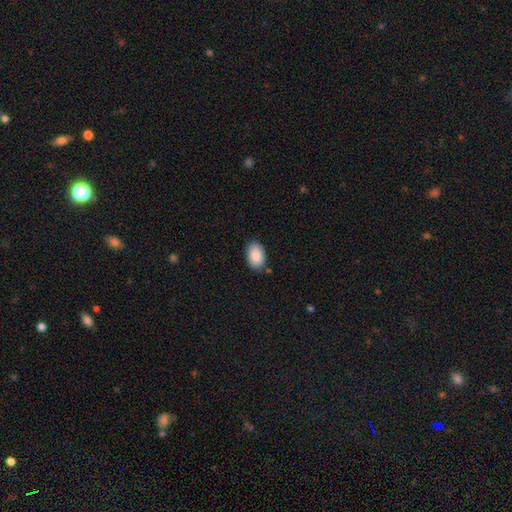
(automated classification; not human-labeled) smooth_or_featured: smooth (p=0.89) [alt: star or artifact p=0.07]
how_rounded: in between (p=0.91) [alt: round p=0.08]
merging: none (p=0.84) [alt: minor disturbance p=0.12]